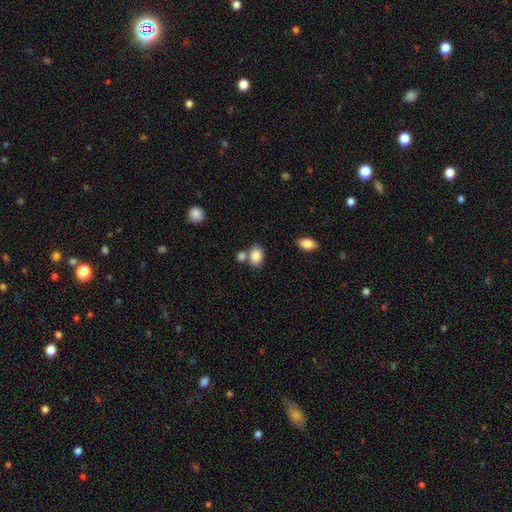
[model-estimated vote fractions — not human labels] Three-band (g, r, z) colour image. It shows a smooth galaxy with no disk features (85%) that is in between round and cigar-shaped (80%). Merging: none (56%).